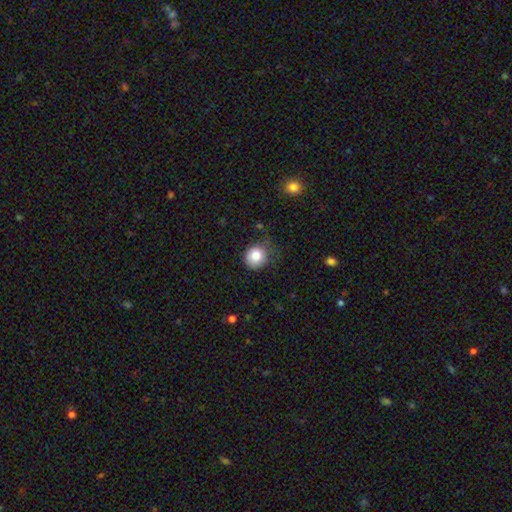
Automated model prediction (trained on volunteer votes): Smooth or featured? Predicted: smooth (p=0.82). How rounded? Predicted: round (p=0.87). Merging? Predicted: none (p=0.64).